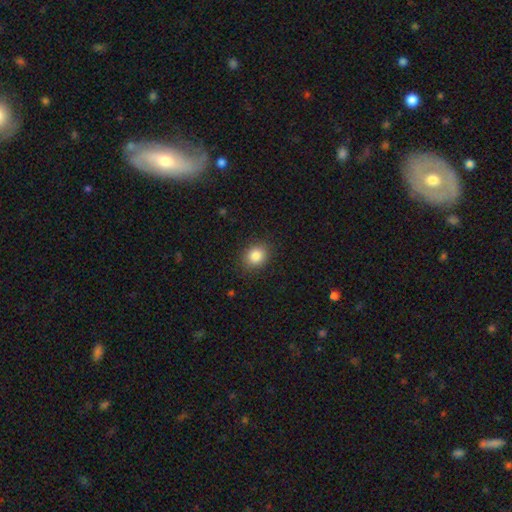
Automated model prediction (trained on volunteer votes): Smooth or featured? Predicted: smooth (p=0.86). How rounded? Predicted: round (p=0.62). Merging? Predicted: none (p=0.88).